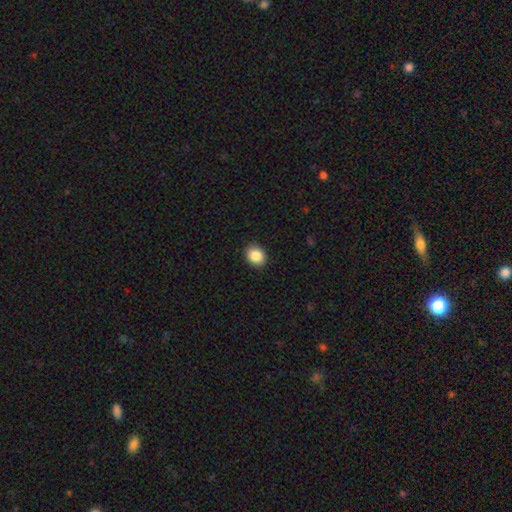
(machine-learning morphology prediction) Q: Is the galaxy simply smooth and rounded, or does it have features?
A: smooth — 87%.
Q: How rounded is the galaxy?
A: round — 52%.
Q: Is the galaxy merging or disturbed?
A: none — 90%.